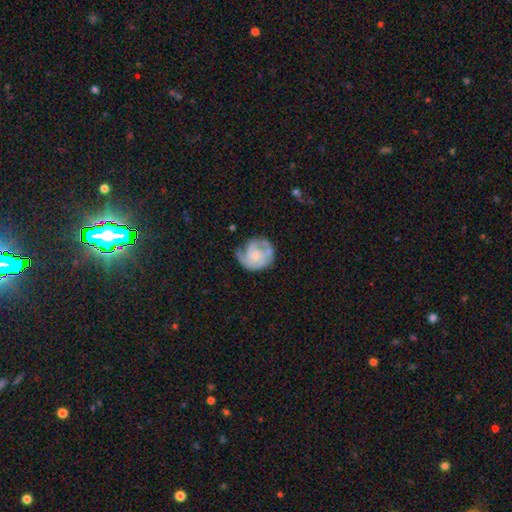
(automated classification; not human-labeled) smooth-or-featured: featured or disk: 70% | smooth: 24% | star or artifact: 6%
  disk-edge-on: no: 98% | yes: 2%
    bar: no: 78% | weak: 19% | strong: 3%
    has-spiral-arms: yes: 83% | no: 17%
      spiral-winding: tight: 53% | medium: 33% | loose: 14%
      spiral-arm-count: can't tell: 30% | 2: 28% | 3: 18% | 1: 16% | 4: 5% | more than 4: 4%
    bulge-size: small: 46% | moderate: 30% | none: 17% | large: 5% | dominant: 2%
  merging: none: 54% | minor disturbance: 25% | major disturbance: 17% | merger: 3%